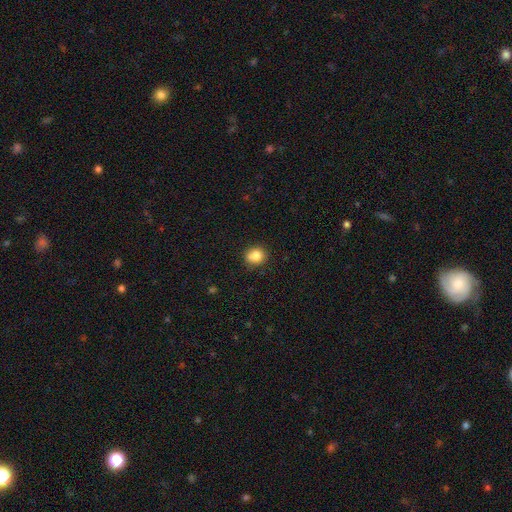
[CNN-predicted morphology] type=smooth (83%); roundness=round (79%); merging=none (77%).